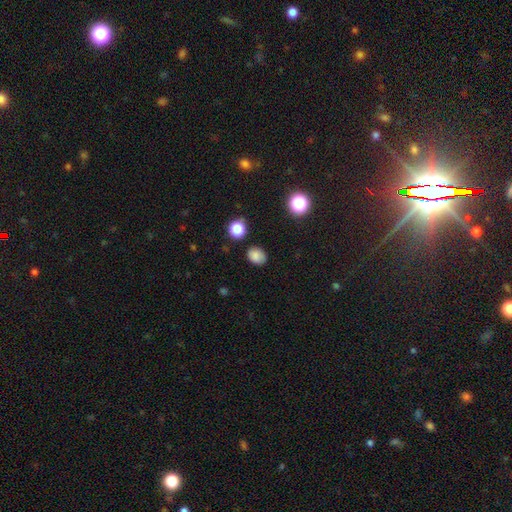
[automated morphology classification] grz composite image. It shows a smooth galaxy with no disk features (82%) that is in between round and cigar-shaped (59%). Merging: none (81%).